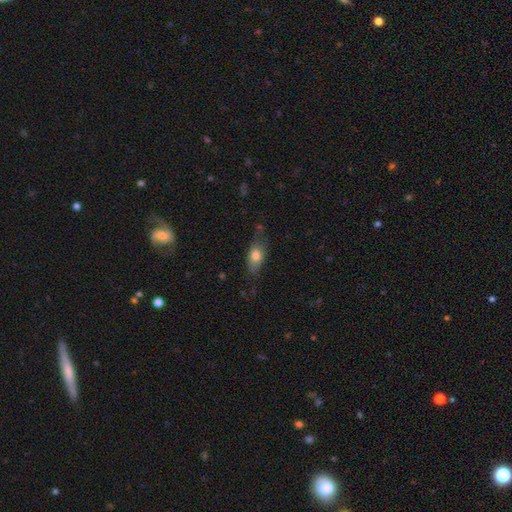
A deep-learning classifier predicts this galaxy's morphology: This is likely a smooth galaxy (75%). How rounded: clearly in between (82%). Merging: likely none (60%).